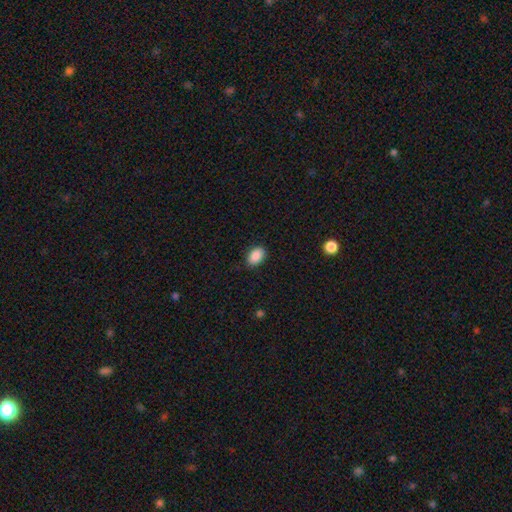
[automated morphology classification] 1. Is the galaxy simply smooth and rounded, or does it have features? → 90% smooth, 8% star or artifact, 3% featured or disk.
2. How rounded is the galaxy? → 85% in between, 14% round, 1% cigar-shaped.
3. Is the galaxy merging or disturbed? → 87% none, 10% minor disturbance, 2% major disturbance, 1% merger.